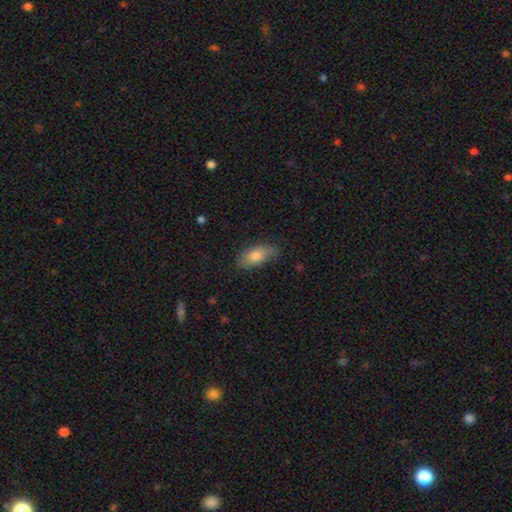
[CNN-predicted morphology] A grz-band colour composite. It shows a smooth galaxy with no disk features (78%) that is in between round and cigar-shaped (84%). Merging: none (75%).